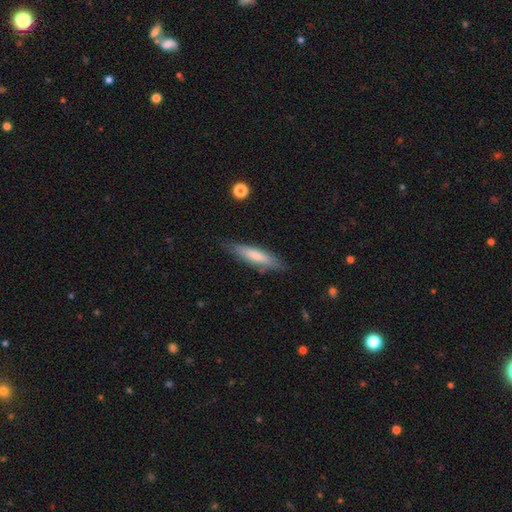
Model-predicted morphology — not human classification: Smooth or featured?
  - smooth: 70% *
  - featured or disk: 24%
  - star or artifact: 6%
How rounded?
  - cigar-shaped: 80% *
  - in between: 19%
  - round: 1%
Merging?
  - none: 80% *
  - minor disturbance: 15%
  - major disturbance: 3%
  - merger: 2%